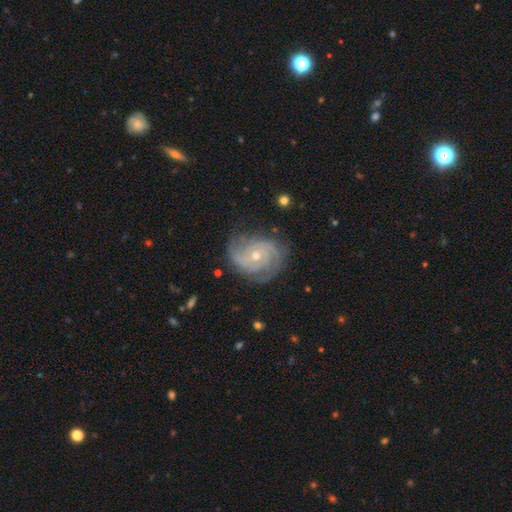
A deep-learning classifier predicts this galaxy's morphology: Smooth or featured? Predicted: featured or disk (p=0.89). Edge-on disk? Predicted: no (p=0.98). Bar? Predicted: no (p=0.72). Spiral arms? Predicted: yes (p=0.98). Spiral winding? Predicted: tight (p=0.65). Spiral arm count? Predicted: 3 (p=0.33). Bulge size? Predicted: small (p=0.55). Merging? Predicted: none (p=0.76).